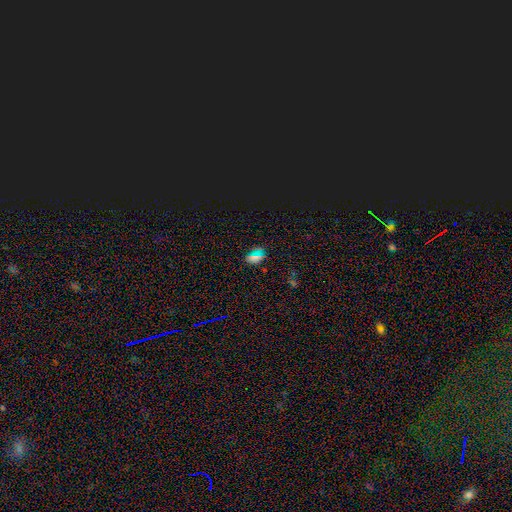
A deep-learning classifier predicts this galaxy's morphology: Smooth or featured?
  - smooth: 54% *
  - star or artifact: 38%
  - featured or disk: 9%
How rounded?
  - in between: 71% *
  - round: 22%
  - cigar-shaped: 7%
Merging?
  - none: 71% *
  - minor disturbance: 17%
  - major disturbance: 8%
  - merger: 4%